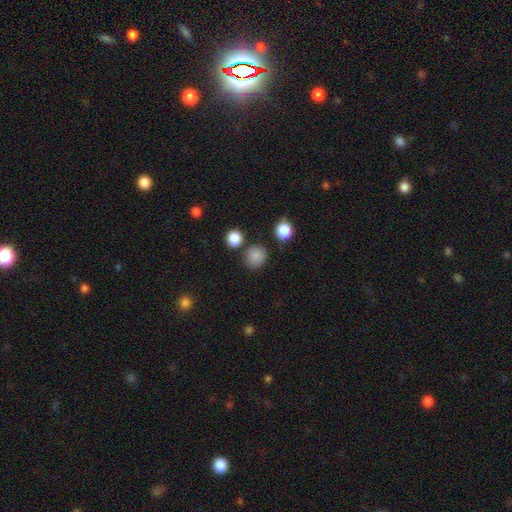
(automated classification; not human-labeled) Smooth or featured? smooth (84%)
How rounded? round (85%)
Merging? none (79%)